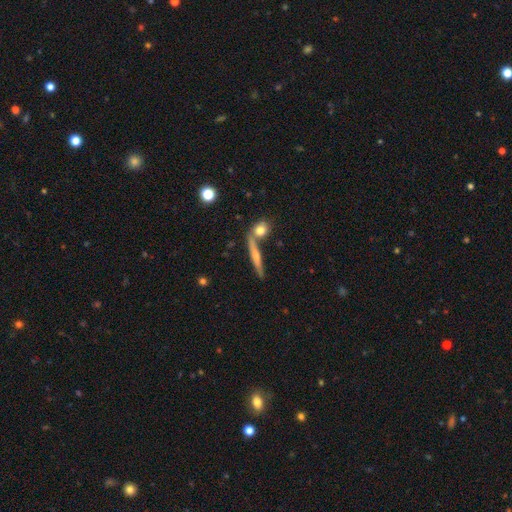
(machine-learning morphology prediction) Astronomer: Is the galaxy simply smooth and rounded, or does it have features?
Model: featured or disk — 49% (runner-up: smooth, 44%).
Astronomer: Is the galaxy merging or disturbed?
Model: none — 67%.